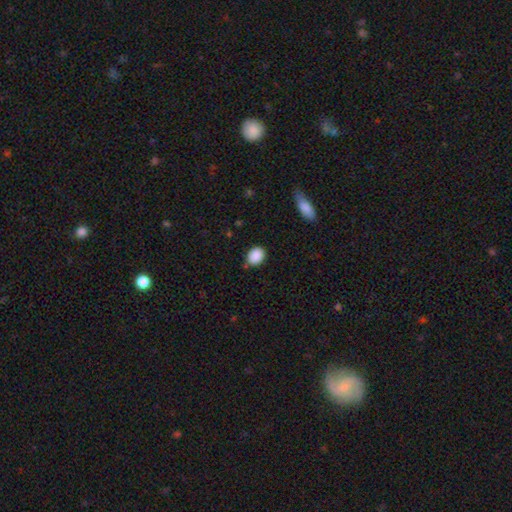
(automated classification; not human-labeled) Smooth or featured? smooth (89%)
How rounded? in between (56%)
Merging? none (78%)